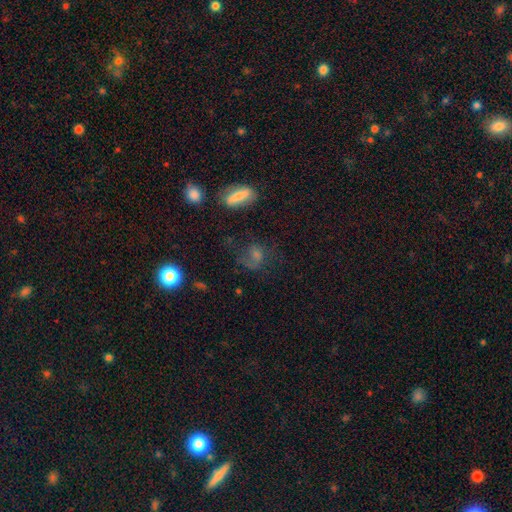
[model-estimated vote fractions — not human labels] Smooth or featured? smooth (53%)
How rounded? in between (51%)
Merging? none (41%)